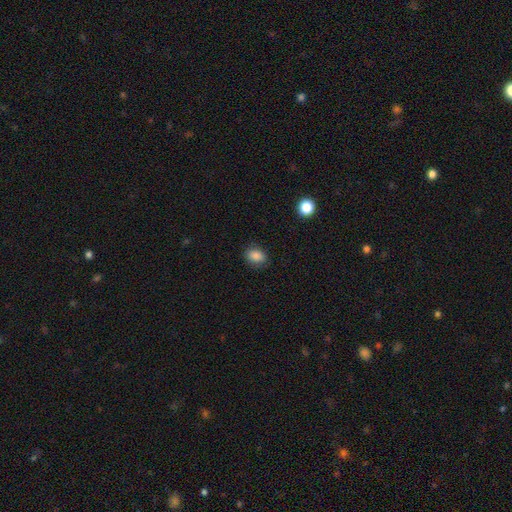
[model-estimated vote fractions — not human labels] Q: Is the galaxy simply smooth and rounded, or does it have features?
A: smooth — 86%.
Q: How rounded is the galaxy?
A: in between — 69%.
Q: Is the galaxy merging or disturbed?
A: none — 84%.